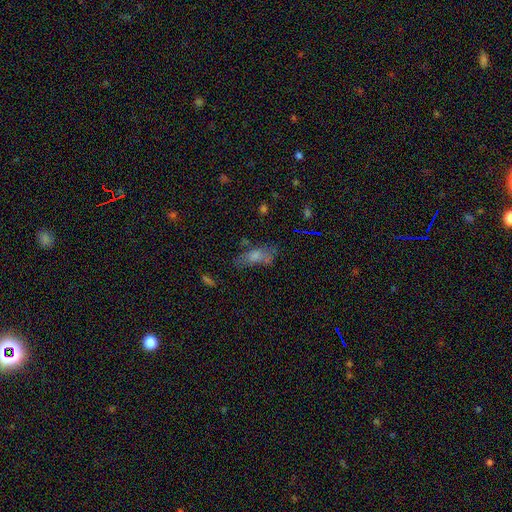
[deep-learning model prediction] Q: Smooth or featured?
A: smooth (53%); runner-up: featured or disk (25%)
Q: How rounded?
A: in between (66%); runner-up: cigar-shaped (26%)
Q: Merging?
A: none (56%); runner-up: minor disturbance (23%)